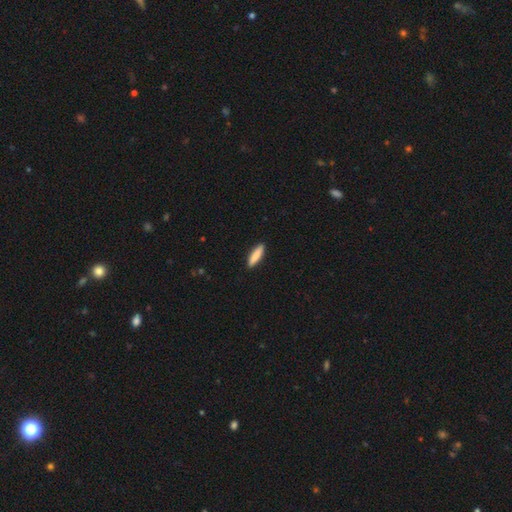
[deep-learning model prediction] Morphology: type=smooth (86%); roundness=cigar-shaped (72%); merging=none (91%).